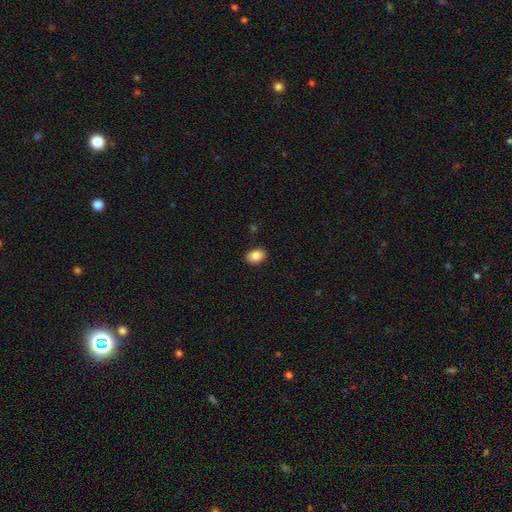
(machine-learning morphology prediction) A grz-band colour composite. It shows a smooth galaxy with no disk features (87%) that is in between round and cigar-shaped (80%). Merging: none (89%).